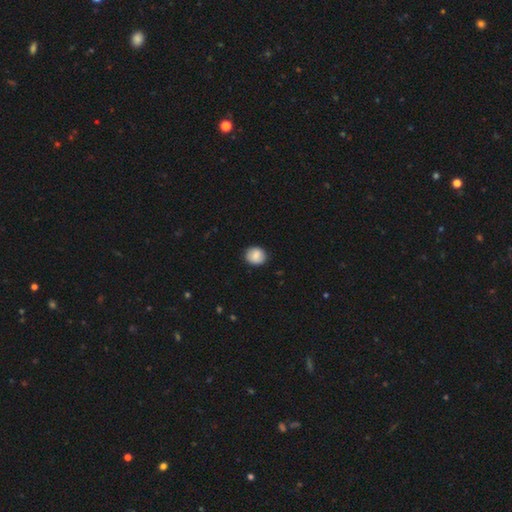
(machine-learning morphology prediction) Smooth or featured? Predicted: smooth (p=0.81). How rounded? Predicted: round (p=0.75). Merging? Predicted: none (p=0.87).